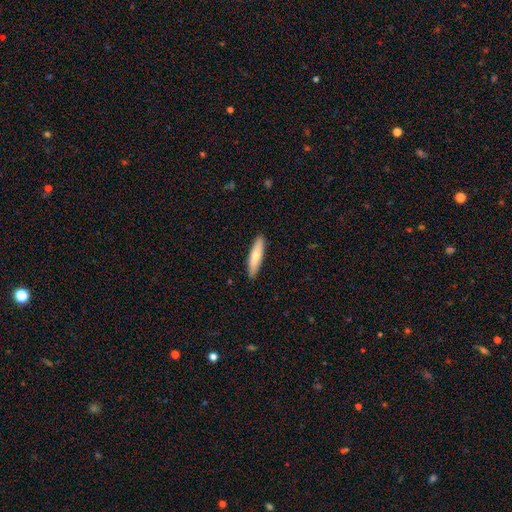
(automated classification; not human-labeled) Q: Smooth or featured?
A: smooth (75%); runner-up: featured or disk (19%)
Q: How rounded?
A: cigar-shaped (76%); runner-up: in between (23%)
Q: Merging?
A: none (89%); runner-up: minor disturbance (8%)